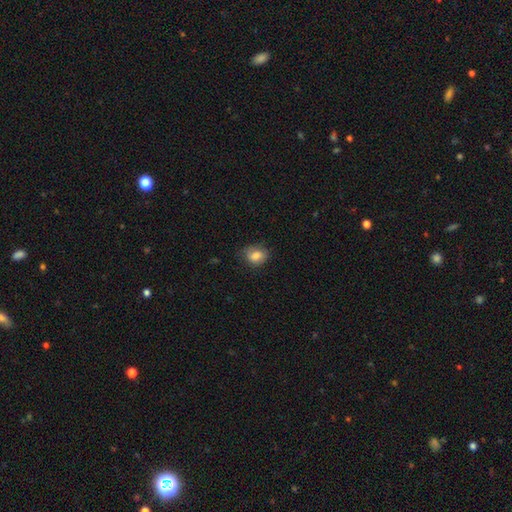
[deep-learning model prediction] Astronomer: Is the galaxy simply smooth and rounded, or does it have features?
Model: smooth — 81%.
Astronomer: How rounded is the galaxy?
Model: in between — 61% (runner-up: round, 38%).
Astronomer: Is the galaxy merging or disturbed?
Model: none — 67%.